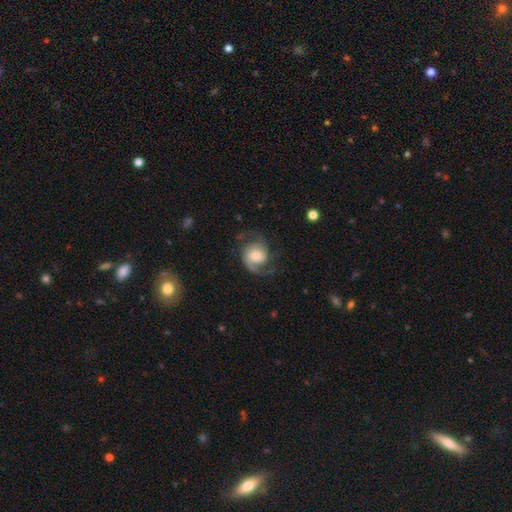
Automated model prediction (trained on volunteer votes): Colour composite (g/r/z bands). It shows a featured or disk galaxy (81%) with no bar (62%), 2 (79%) medium (48%) spiral arms (96%) and a moderate central bulge (50%). Merging: none (67%).